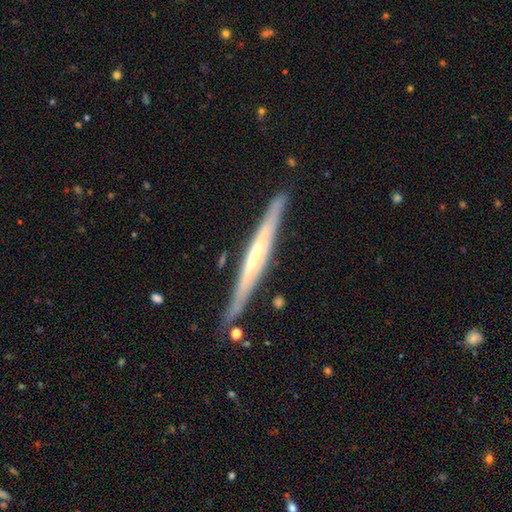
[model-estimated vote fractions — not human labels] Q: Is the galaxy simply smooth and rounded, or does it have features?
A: featured or disk — 67%.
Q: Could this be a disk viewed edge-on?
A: yes — 95%.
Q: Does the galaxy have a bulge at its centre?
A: none — 61%.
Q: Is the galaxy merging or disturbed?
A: none — 84%.